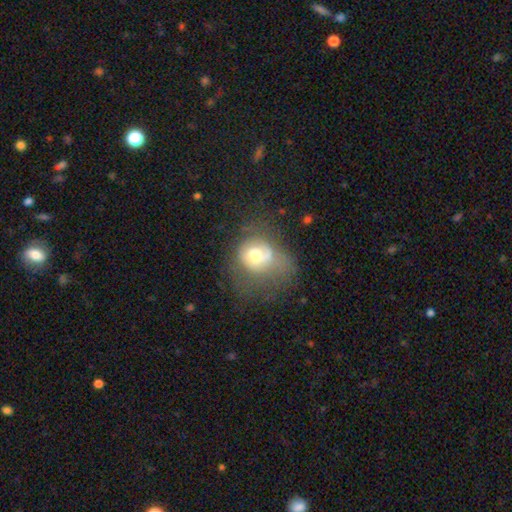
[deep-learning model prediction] smooth 53%, featured or disk 37%, star or artifact 10%. Down the decision tree: how rounded — round (67%); merging — major disturbance (40%).